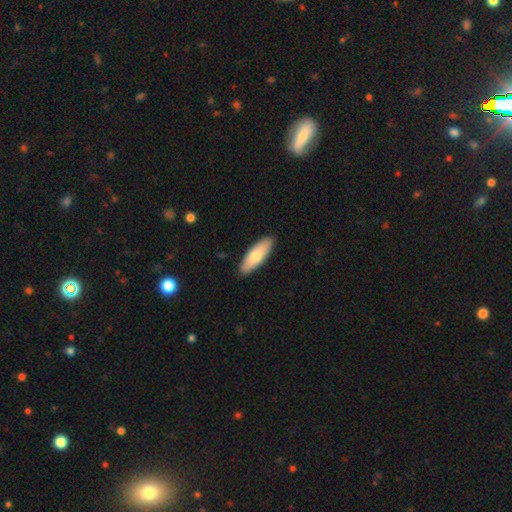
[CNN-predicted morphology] Smooth or featured: smooth — 74% (featured or disk — 20%)
How rounded: in between — 63% (cigar-shaped — 35%)
Merging: none — 89% (minor disturbance — 8%)